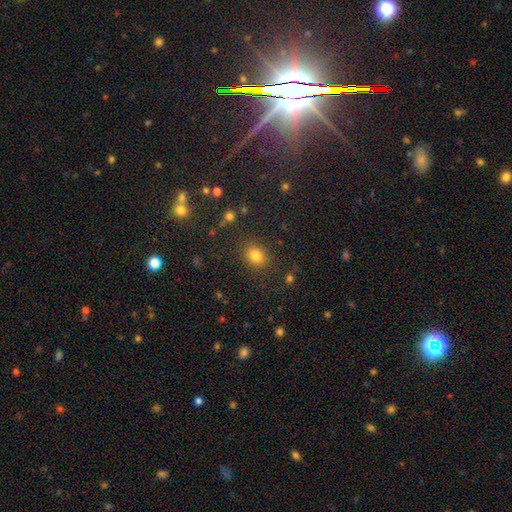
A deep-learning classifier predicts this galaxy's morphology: A smooth galaxy with no disk features (79%) that is round (58%).

Vote fractions:
- Smooth or featured? smooth: 79% / star or artifact: 14% / featured or disk: 6%
- How rounded? round: 58% / in between: 40% / cigar-shaped: 1%
- Merging? none: 84% / minor disturbance: 10% / major disturbance: 4% / merger: 2%